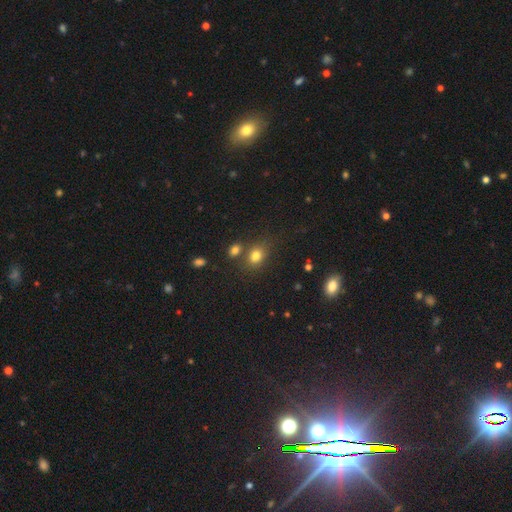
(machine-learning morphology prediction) Smooth or featured?
  - smooth: 78% *
  - star or artifact: 14%
  - featured or disk: 8%
How rounded?
  - in between: 57% *
  - round: 42%
  - cigar-shaped: 1%
Merging?
  - none: 63% *
  - merger: 19%
  - minor disturbance: 13%
  - major disturbance: 5%